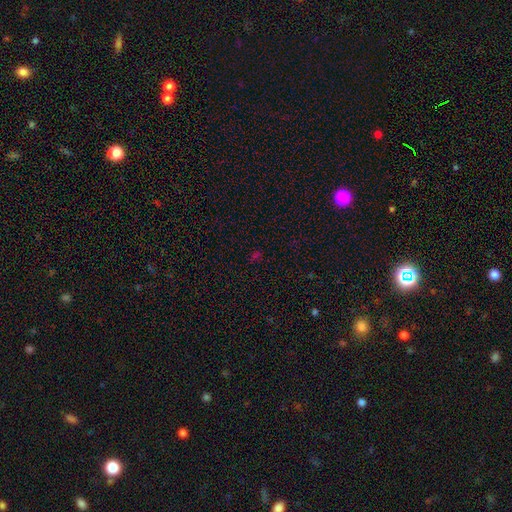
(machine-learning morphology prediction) Smooth or featured?
  - star or artifact: 55% *
  - smooth: 37%
  - featured or disk: 8%